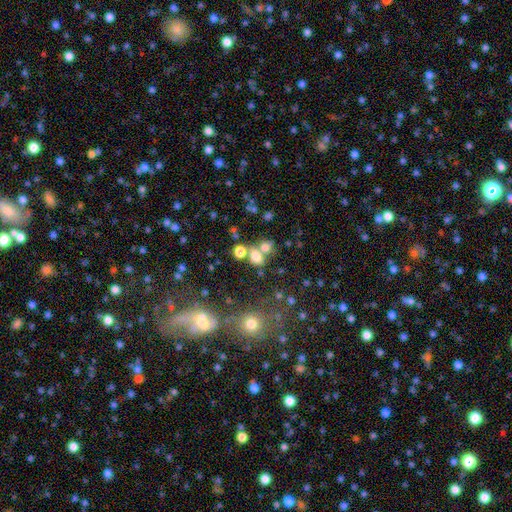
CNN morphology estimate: Smooth or featured? smooth (70%)
How rounded? in between (56%)
Merging? merger (45%)